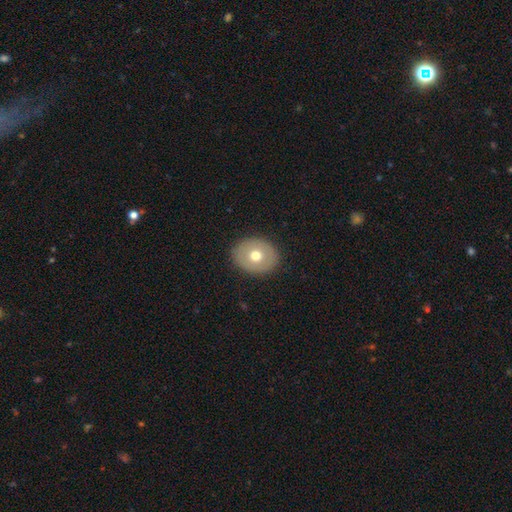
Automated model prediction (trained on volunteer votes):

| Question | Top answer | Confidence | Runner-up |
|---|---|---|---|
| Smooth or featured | smooth | 62% | featured or disk (30%) |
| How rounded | round | 52% | in between (47%) |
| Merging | none | 89% | minor disturbance (8%) |